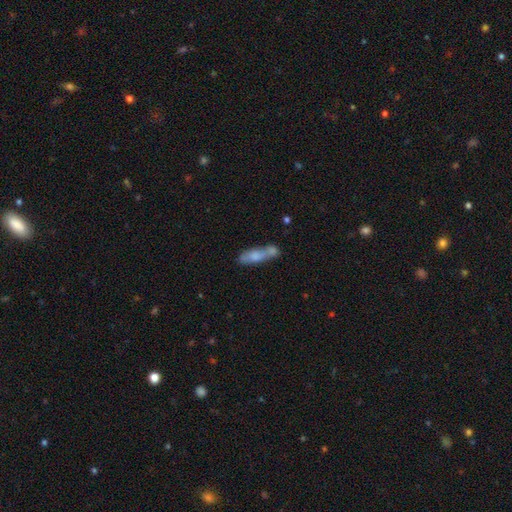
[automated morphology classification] This appears to be a smooth galaxy with no disk features (67%) that is cigar-shaped (56%). Merging: merger (42%).